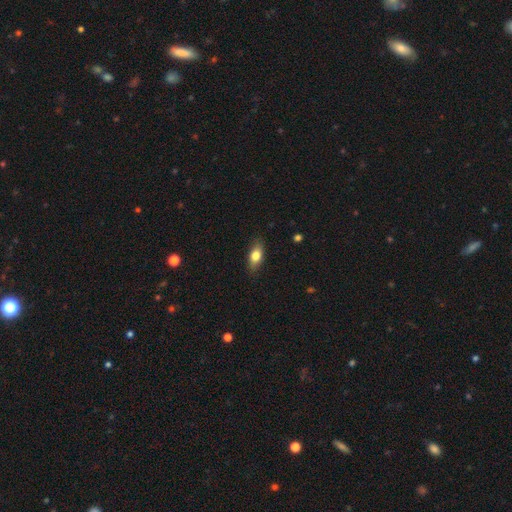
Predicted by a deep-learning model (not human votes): Morphology: type=smooth (77%); roundness=in between (82%); merging=none (85%).